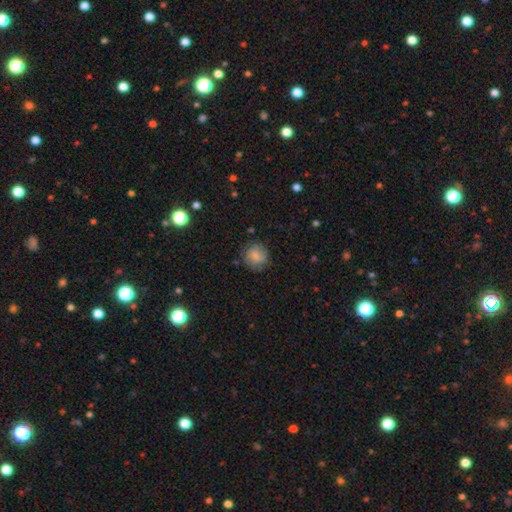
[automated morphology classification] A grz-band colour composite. It shows a smooth galaxy with no disk features (76%) that is round (89%). Merging: none (76%).